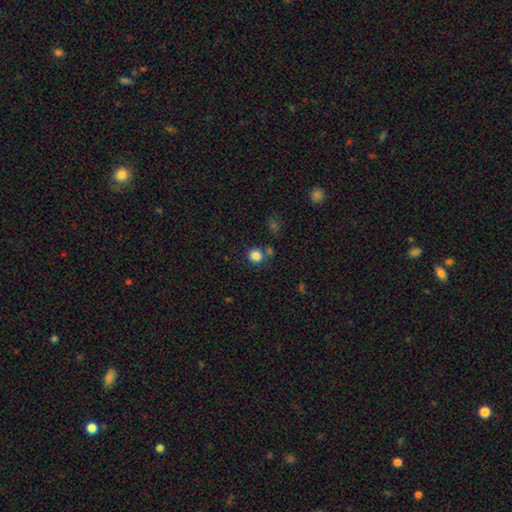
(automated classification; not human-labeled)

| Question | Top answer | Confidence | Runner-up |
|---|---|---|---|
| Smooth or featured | smooth | 84% | star or artifact (11%) |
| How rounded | round | 90% | in between (10%) |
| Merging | none | 75% | merger (11%) |